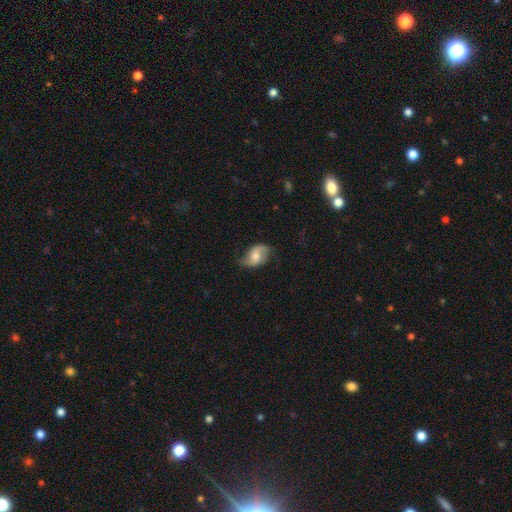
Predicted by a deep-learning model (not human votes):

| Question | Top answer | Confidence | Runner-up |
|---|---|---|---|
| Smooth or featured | featured or disk | 61% | smooth (32%) |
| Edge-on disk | no | 96% | yes (4%) |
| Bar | no | 52% | weak (39%) |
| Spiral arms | yes | 90% | no (10%) |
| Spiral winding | loose | 53% | medium (34%) |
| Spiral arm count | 2 | 87% | can't tell (6%) |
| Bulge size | moderate | 54% | small (24%) |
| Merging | none | 65% | minor disturbance (25%) |